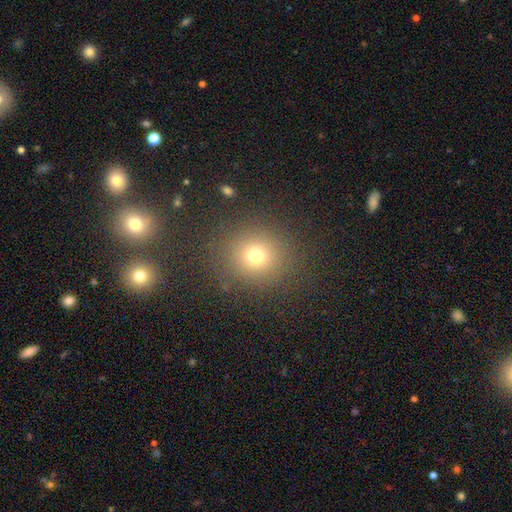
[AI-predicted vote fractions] smooth_or_featured: smooth (p=0.72) [alt: star or artifact p=0.19]
how_rounded: round (p=0.88) [alt: in between p=0.11]
merging: none (p=0.85) [alt: minor disturbance p=0.08]